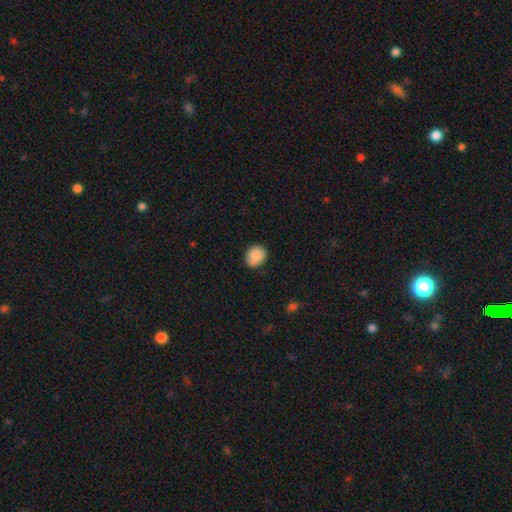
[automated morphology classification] Overall: smooth (89%). How rounded: round (63%; in between 36%). Merging: none (84%).